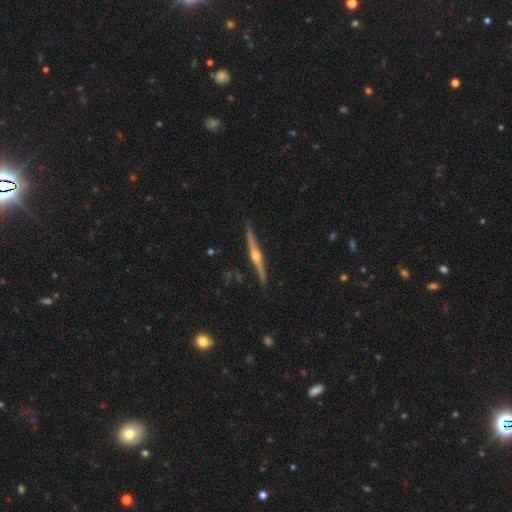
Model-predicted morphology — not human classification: Smooth or featured: featured or disk — 87% (smooth — 8%)
Edge-on disk: yes — 98% (no — 2%)
Edge-on bulge: rounded — 94% (boxy — 3%)
Merging: none — 89% (minor disturbance — 9%)